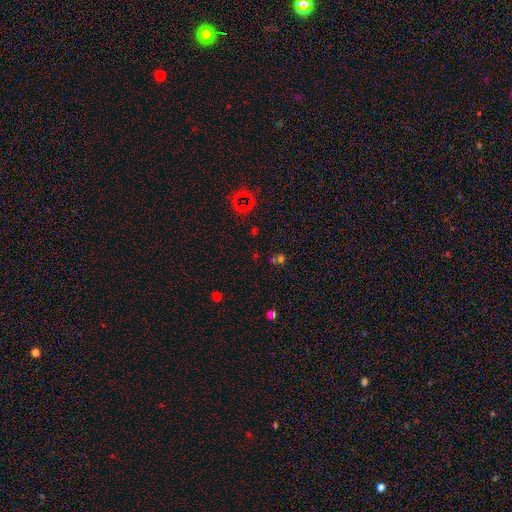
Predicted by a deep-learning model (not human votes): This appears to be a star or artifact, not a galaxy (55%).